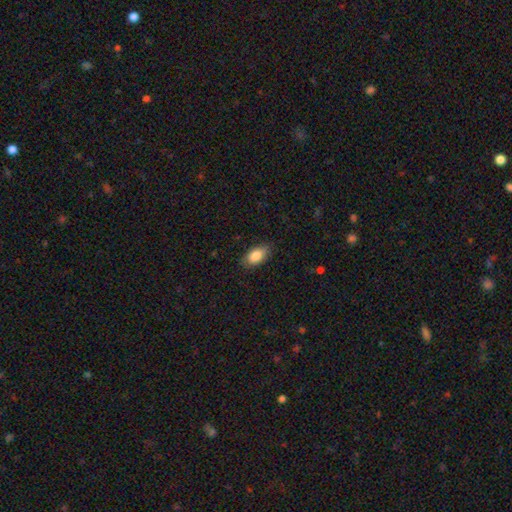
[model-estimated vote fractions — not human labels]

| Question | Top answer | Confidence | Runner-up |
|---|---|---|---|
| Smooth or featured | smooth | 86% | featured or disk (8%) |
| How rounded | in between | 91% | round (5%) |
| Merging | none | 84% | minor disturbance (13%) |